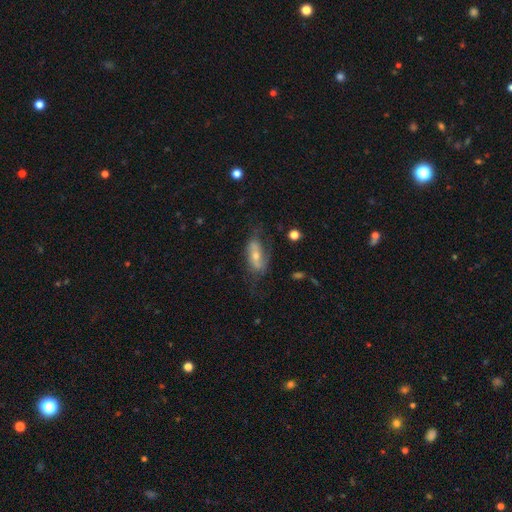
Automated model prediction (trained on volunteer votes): Overall: featured or disk (60%; smooth 32%). Edge-on disk: no (87%). Bar: no (44%; weak 32%). Spiral arms: yes (74%). Bulge size: moderate (53%; small 41%). Merging: none (54%; minor disturbance 25%).